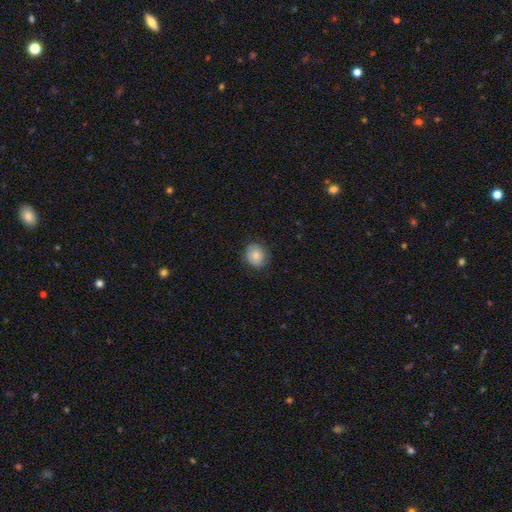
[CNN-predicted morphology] Smooth or featured?
  - smooth: 75% *
  - featured or disk: 17%
  - star or artifact: 8%
How rounded?
  - round: 69% *
  - in between: 30%
  - cigar-shaped: 1%
Merging?
  - none: 80% *
  - minor disturbance: 15%
  - major disturbance: 4%
  - merger: 1%